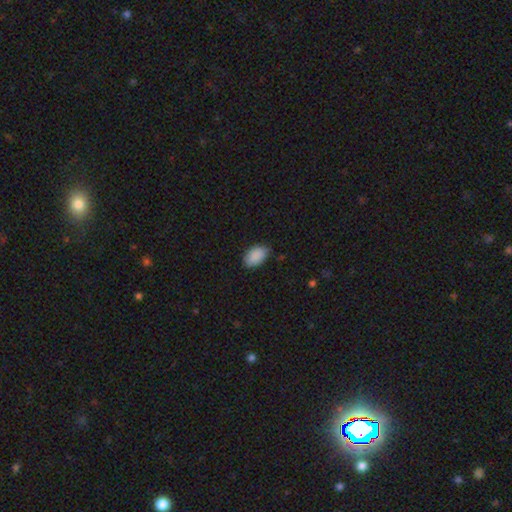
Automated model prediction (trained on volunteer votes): Overall: smooth (90%). How rounded: in between (91%). Merging: none (79%).